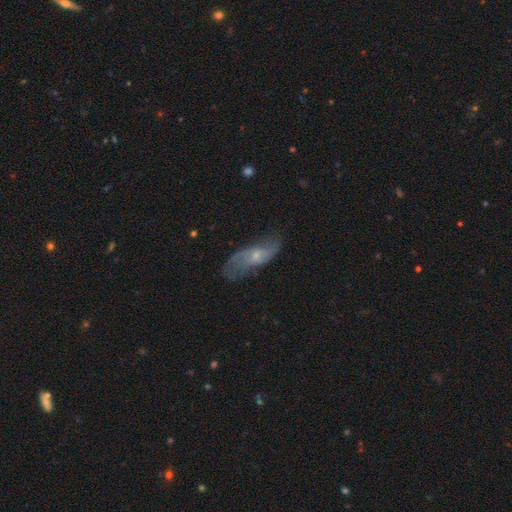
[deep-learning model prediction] smooth-or-featured: featured or disk: 60% | smooth: 32% | star or artifact: 7%
  disk-edge-on: no: 86% | yes: 14%
    bar: no: 62% | weak: 32% | strong: 6%
    has-spiral-arms: yes: 79% | no: 21%
    bulge-size: small: 57% | moderate: 33% | none: 7% | large: 2% | dominant: 1%
  merging: none: 58% | minor disturbance: 26% | major disturbance: 14% | merger: 2%